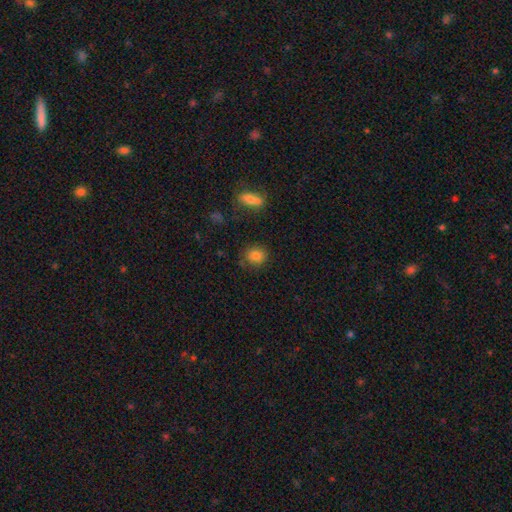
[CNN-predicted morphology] This is clearly a smooth galaxy (82%). How rounded: likely round (71%). Merging: likely none (78%).